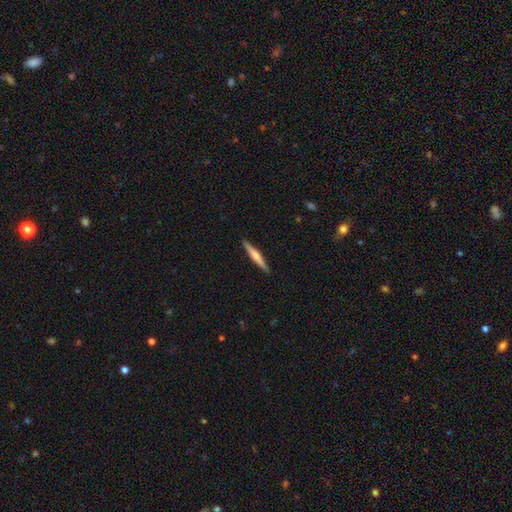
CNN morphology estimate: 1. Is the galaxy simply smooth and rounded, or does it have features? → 51% featured or disk, 44% smooth, 5% star or artifact.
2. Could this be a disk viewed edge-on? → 97% yes, 3% no.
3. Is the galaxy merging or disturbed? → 91% none, 6% minor disturbance, 1% major disturbance, 1% merger.